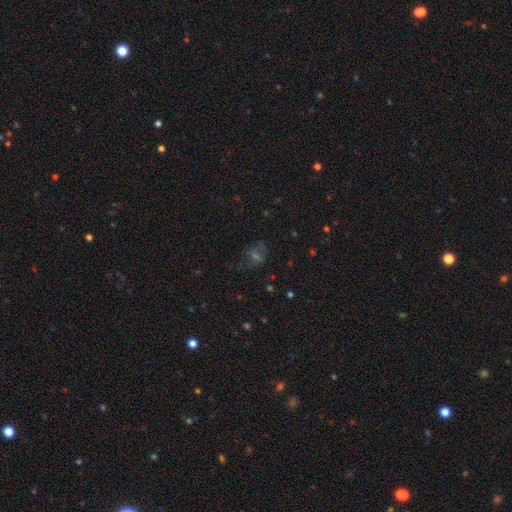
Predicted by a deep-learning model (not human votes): star or artifact 39%, smooth 32%, featured or disk 28%.